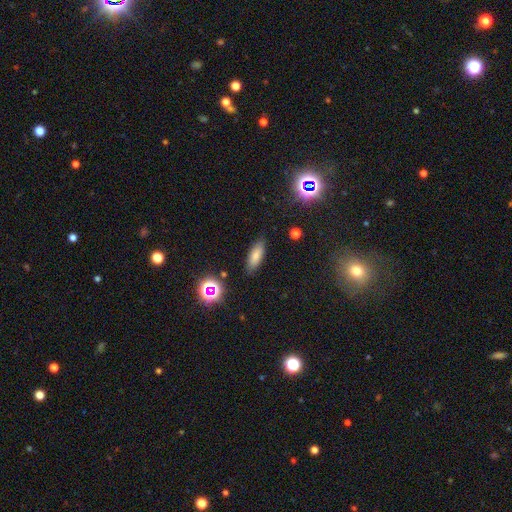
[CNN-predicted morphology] Overall: smooth (75%). How rounded: in between (68%; cigar-shaped 29%). Merging: none (84%).